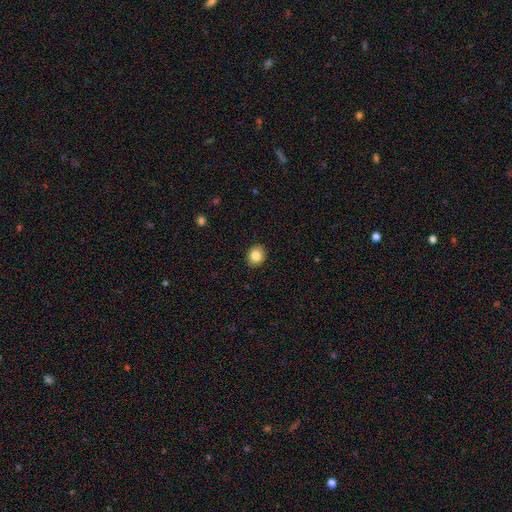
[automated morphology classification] Smooth or featured: smooth — 84% (star or artifact — 9%)
How rounded: round — 69% (in between — 30%)
Merging: none — 91% (minor disturbance — 6%)